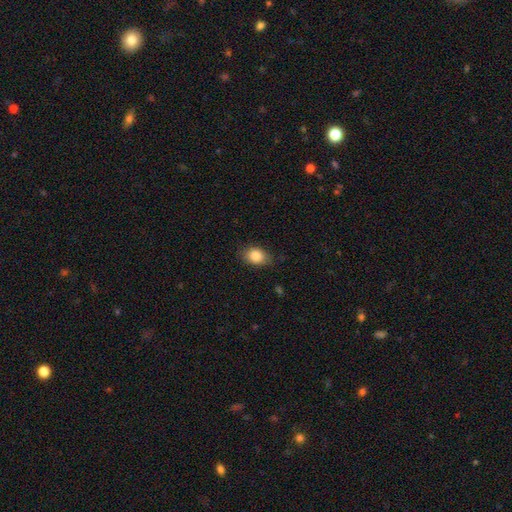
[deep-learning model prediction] Q: Smooth or featured?
A: smooth (85%); runner-up: star or artifact (8%)
Q: How rounded?
A: in between (72%); runner-up: round (26%)
Q: Merging?
A: none (77%); runner-up: minor disturbance (18%)